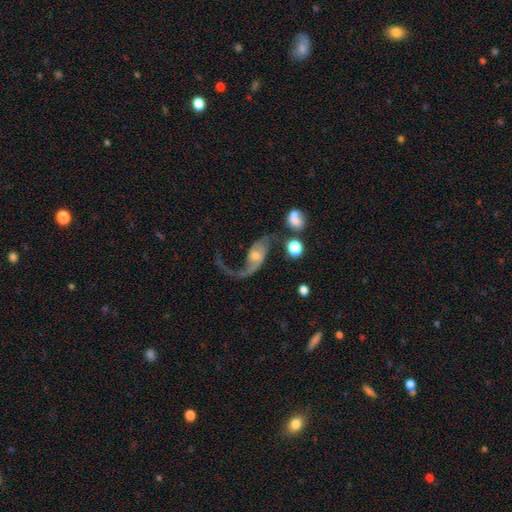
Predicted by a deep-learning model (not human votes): Overall: featured or disk (83%). Edge-on disk: no (96%). Bar: no (60%; weak 31%). Spiral arms: yes (93%). Spiral arm count: 2 (70%). Spiral winding: loose (84%). Bulge size: small (50%; moderate 40%). Merging: none (37%; major disturbance 36%).